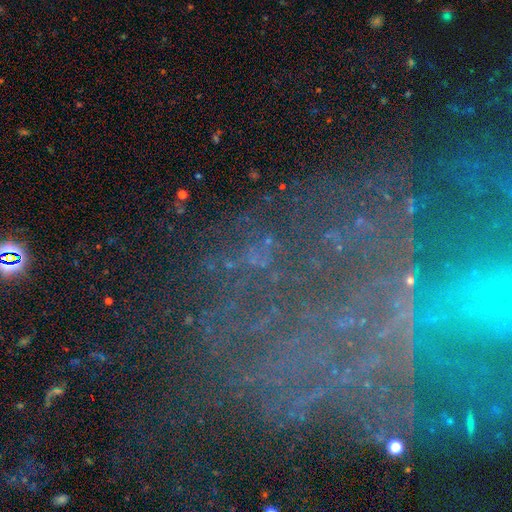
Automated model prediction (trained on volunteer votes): Smooth or featured: star or artifact — 61% (featured or disk — 24%)